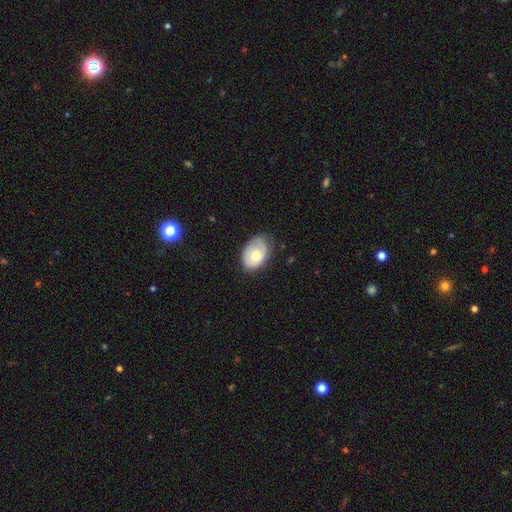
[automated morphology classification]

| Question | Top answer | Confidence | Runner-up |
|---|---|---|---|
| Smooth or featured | smooth | 62% | featured or disk (31%) |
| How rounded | in between | 81% | round (18%) |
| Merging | none | 62% | minor disturbance (30%) |